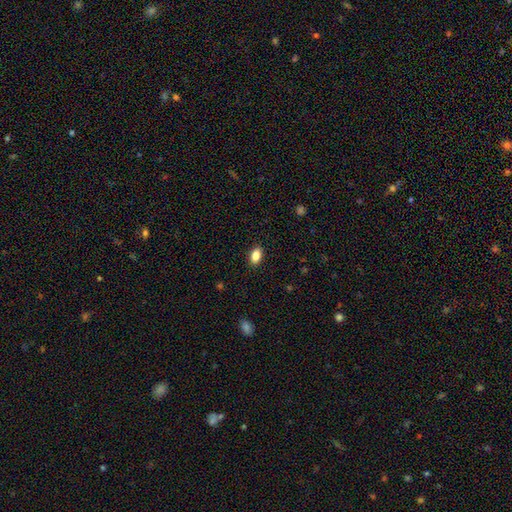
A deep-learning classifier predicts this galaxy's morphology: Smooth or featured? smooth (86%)
How rounded? in between (89%)
Merging? none (89%)